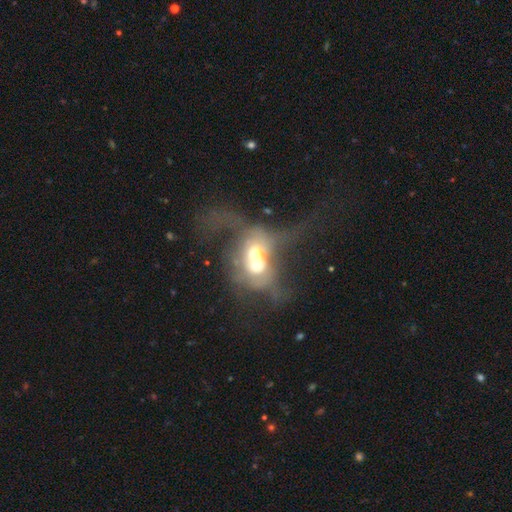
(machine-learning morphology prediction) A featured or disk galaxy (56%) with no bar (81%), no spiral arms (70%) and a moderate central bulge (59%).

Vote fractions:
- Smooth or featured? featured or disk: 56% / smooth: 33% / star or artifact: 11%
- Edge-on disk? no: 95% / yes: 5%
- Bar? no: 81% / weak: 15% / strong: 4%
- Spiral arms? no: 70% / yes: 30%
- Bulge size? moderate: 59% / small: 17% / large: 16% / none: 4% / dominant: 4%
- Merging? merger: 77% / major disturbance: 15% / none: 5% / minor disturbance: 3%